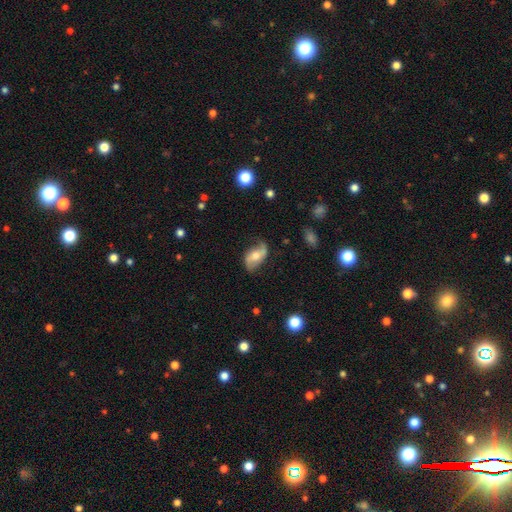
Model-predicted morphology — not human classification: smooth_or_featured: featured or disk (p=0.68) [alt: smooth p=0.25]
disk_edge_on: no (p=0.95) [alt: yes p=0.05]
bar: no (p=0.47) [alt: weak p=0.37]
has_spiral_arms: yes (p=0.90) [alt: no p=0.10]
spiral_winding: loose (p=0.74) [alt: medium p=0.19]
spiral_arm_count: 2 (p=0.87) [alt: 1 p=0.05]
bulge_size: moderate (p=0.61) [alt: small p=0.25]
merging: none (p=0.65) [alt: minor disturbance p=0.23]